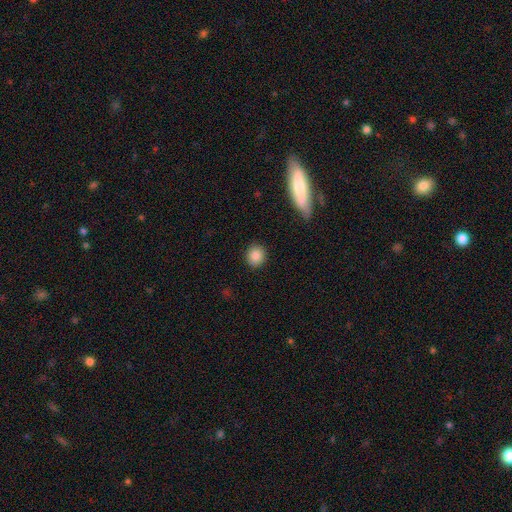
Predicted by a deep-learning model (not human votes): Morphology: type=smooth (86%); roundness=round (81%); merging=none (88%).